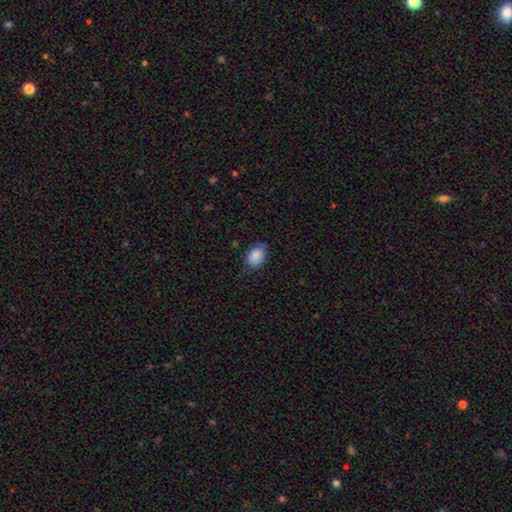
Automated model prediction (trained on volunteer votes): A smooth galaxy with no disk features (86%) that is in between round and cigar-shaped (74%). Merging: none (70%).